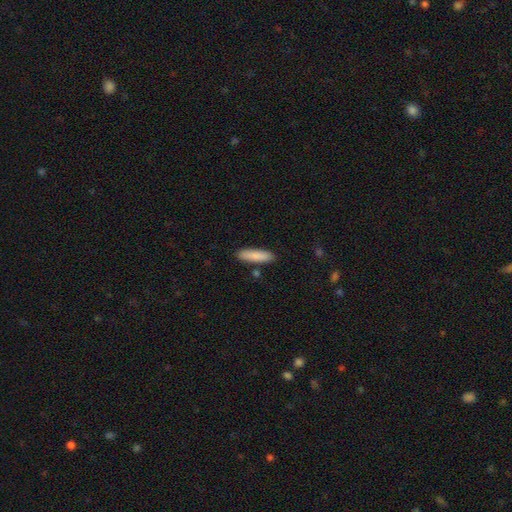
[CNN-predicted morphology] smooth 86%, featured or disk 8%, star or artifact 6%. Down the decision tree: how rounded — cigar-shaped (74%); merging — none (87%).